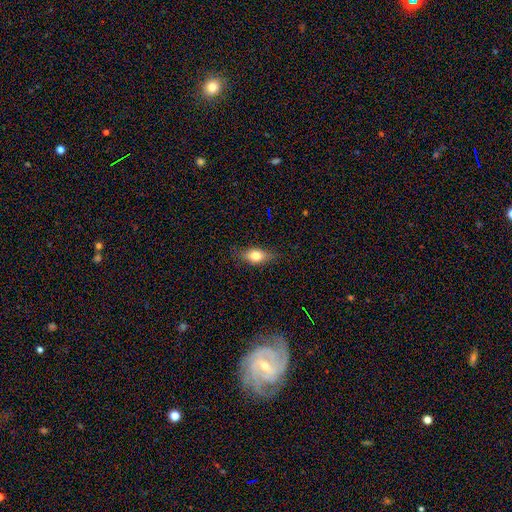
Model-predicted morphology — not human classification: Smooth or featured? Predicted: smooth (p=0.70). How rounded? Predicted: in between (p=0.76). Merging? Predicted: none (p=0.77).